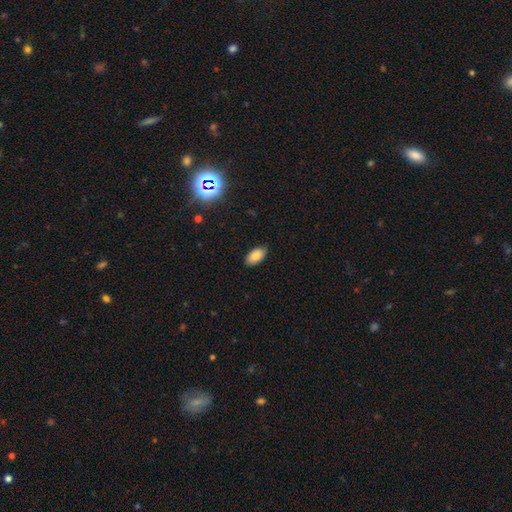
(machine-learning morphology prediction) Q: Smooth or featured?
A: smooth (83%); runner-up: star or artifact (9%)
Q: How rounded?
A: in between (95%); runner-up: round (3%)
Q: Merging?
A: none (83%); runner-up: minor disturbance (14%)